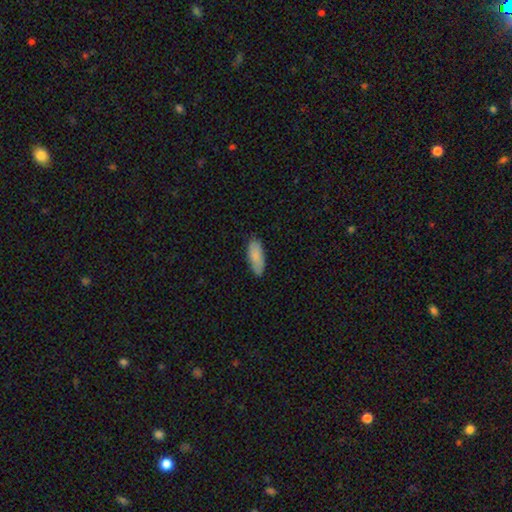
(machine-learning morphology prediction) Q: Smooth or featured?
A: smooth (85%); runner-up: featured or disk (9%)
Q: How rounded?
A: in between (76%); runner-up: cigar-shaped (22%)
Q: Merging?
A: none (85%); runner-up: minor disturbance (12%)